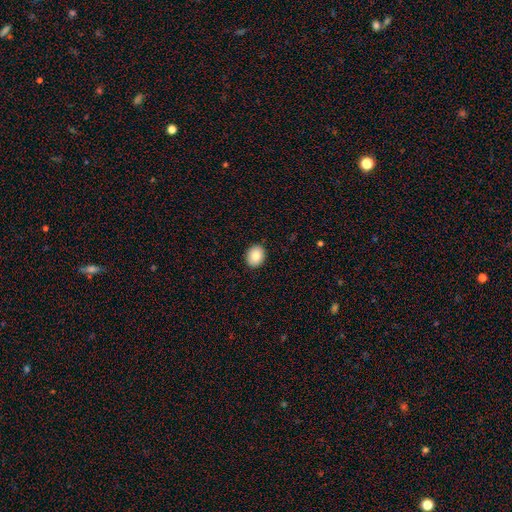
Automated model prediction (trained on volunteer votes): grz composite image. It shows a smooth galaxy with no disk features (82%) that is round (55%). Merging: none (91%).